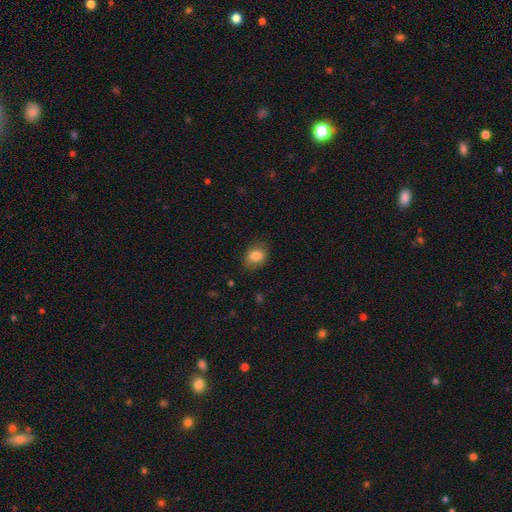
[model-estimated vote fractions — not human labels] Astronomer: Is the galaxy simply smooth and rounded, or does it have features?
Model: smooth — 82%.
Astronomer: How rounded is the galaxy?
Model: in between — 61% (runner-up: round, 38%).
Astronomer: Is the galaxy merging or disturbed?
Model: none — 79%.